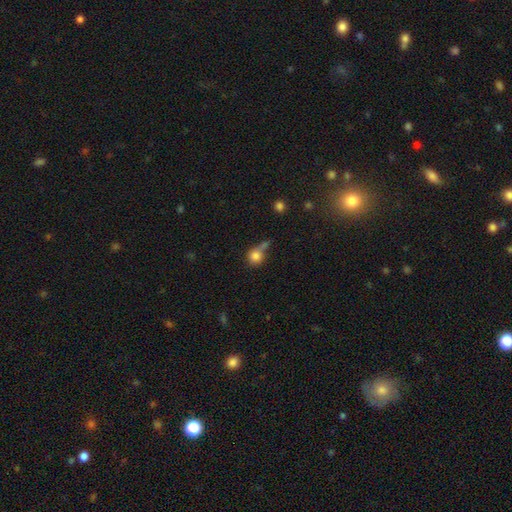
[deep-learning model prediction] Overall: smooth (81%). How rounded: round (84%). Merging: none (43%; merger 30%).